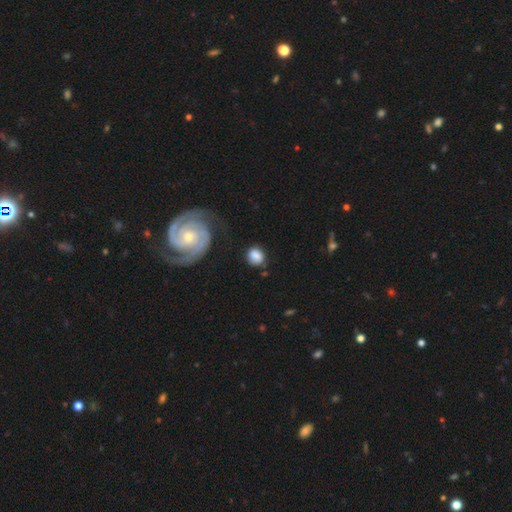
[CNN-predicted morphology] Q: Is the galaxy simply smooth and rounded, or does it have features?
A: smooth — 76%.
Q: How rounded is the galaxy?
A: round — 72%.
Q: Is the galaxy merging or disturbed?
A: none — 71%.